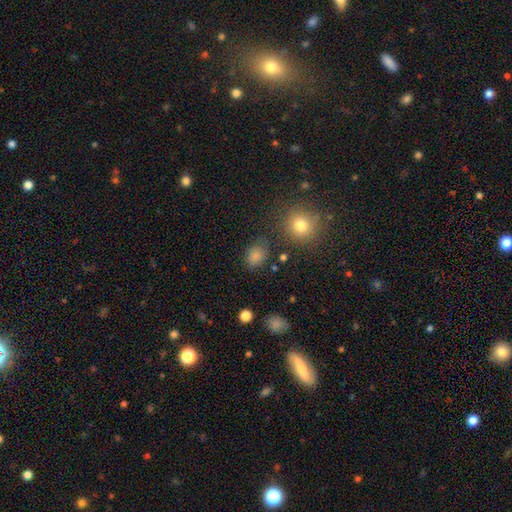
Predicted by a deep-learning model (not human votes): Q: Smooth or featured?
A: smooth (81%); runner-up: star or artifact (14%)
Q: How rounded?
A: in between (55%); runner-up: round (43%)
Q: Merging?
A: none (76%); runner-up: minor disturbance (15%)